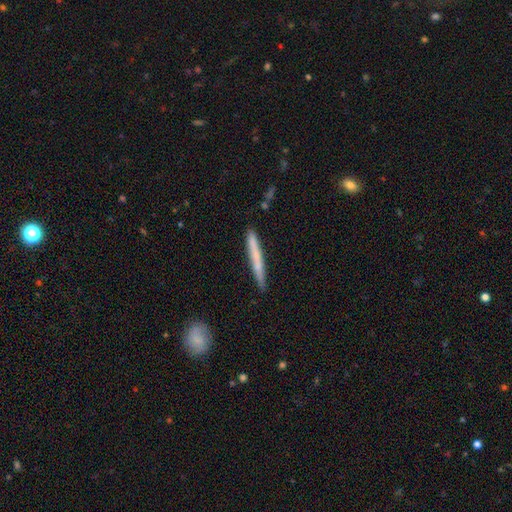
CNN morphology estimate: type=smooth (60%); roundness=cigar-shaped (97%); merging=none (88%).